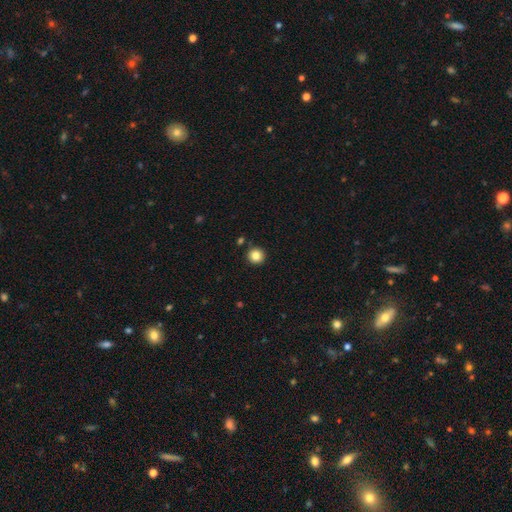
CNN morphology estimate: A smooth galaxy with no disk features (84%) that is round (95%). Merging: none (90%).